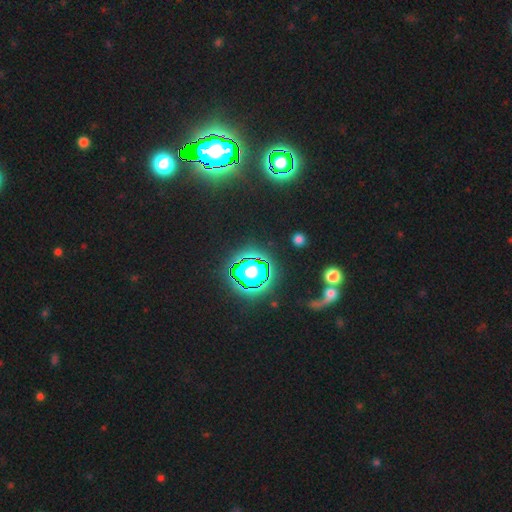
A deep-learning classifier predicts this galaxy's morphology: The model was most divided on "smooth or featured": star or artifact: 82%, smooth: 12%, featured or disk: 7%.